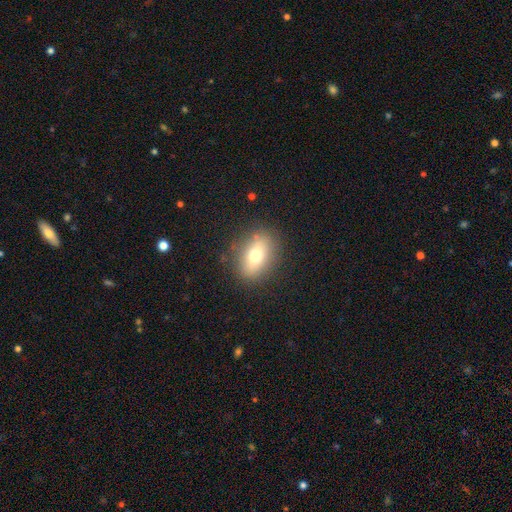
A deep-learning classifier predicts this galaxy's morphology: This appears to be a smooth galaxy with no disk features (69%) that is in between round and cigar-shaped (72%). Merging: none (84%).